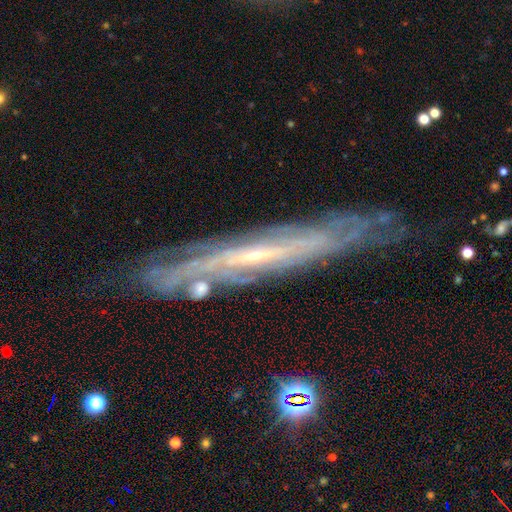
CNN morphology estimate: Smooth or featured?
  - featured or disk: 79% *
  - smooth: 12%
  - star or artifact: 9%
Edge-on disk?
  - yes: 66% *
  - no: 34%
Edge-on bulge?
  - none: 63% *
  - rounded: 33%
  - boxy: 4%
Merging?
  - none: 75% *
  - minor disturbance: 18%
  - major disturbance: 5%
  - merger: 2%